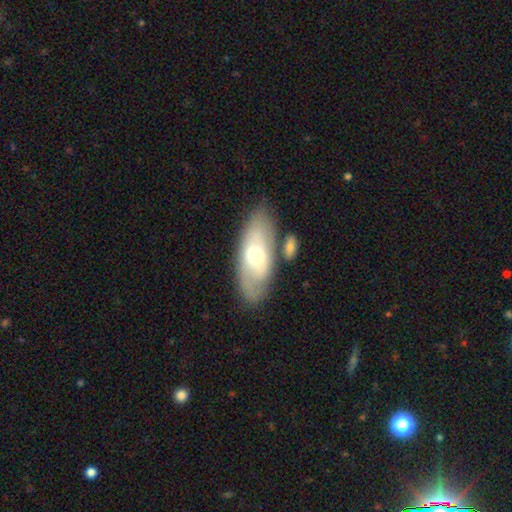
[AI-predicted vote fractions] smooth-or-featured: featured or disk: 49% | smooth: 45% | star or artifact: 6%
  merging: none: 69% | minor disturbance: 15% | merger: 11% | major disturbance: 5%